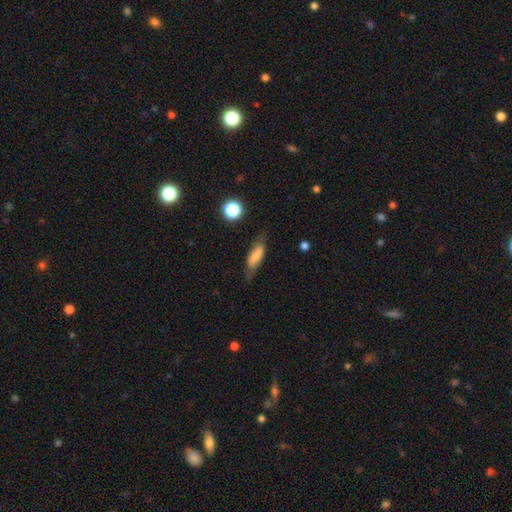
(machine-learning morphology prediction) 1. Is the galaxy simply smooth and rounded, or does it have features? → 69% smooth, 23% featured or disk, 9% star or artifact.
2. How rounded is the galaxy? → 50% in between, 47% cigar-shaped, 3% round.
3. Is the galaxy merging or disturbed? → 66% none, 23% minor disturbance, 8% major disturbance, 2% merger.